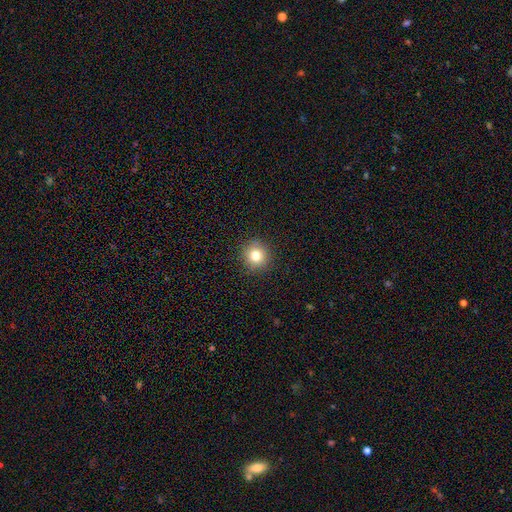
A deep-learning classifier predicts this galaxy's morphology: This is likely a smooth galaxy (78%). How rounded: clearly round (93%). Merging: clearly none (91%).